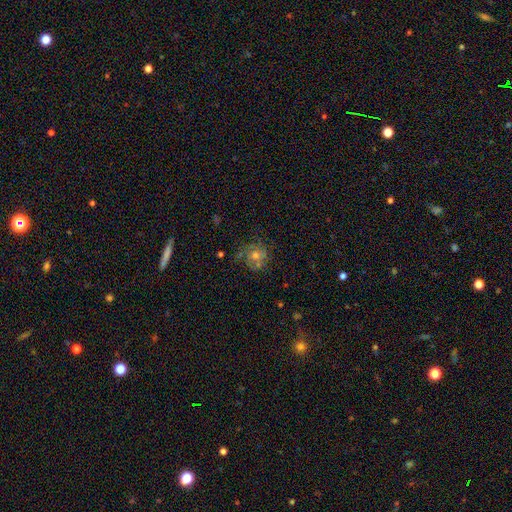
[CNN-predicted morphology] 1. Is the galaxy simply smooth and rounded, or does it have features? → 55% featured or disk, 28% smooth, 17% star or artifact.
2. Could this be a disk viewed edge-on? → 96% no, 4% yes.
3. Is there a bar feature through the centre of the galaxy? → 81% no, 16% weak, 3% strong.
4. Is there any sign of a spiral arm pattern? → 78% yes, 22% no.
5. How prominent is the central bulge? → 62% moderate, 28% small, 6% large, 3% none, 1% dominant.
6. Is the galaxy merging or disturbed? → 69% none, 18% minor disturbance, 11% major disturbance, 3% merger.